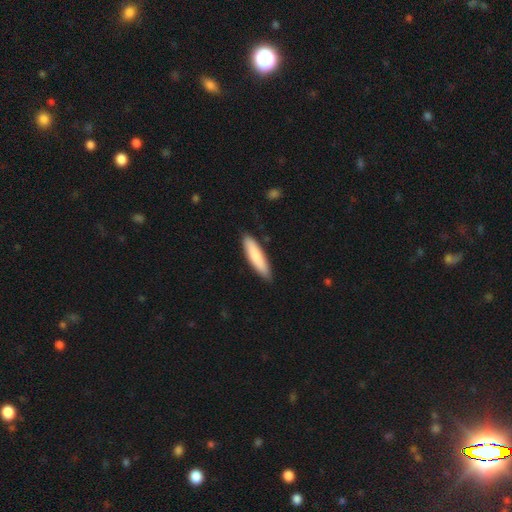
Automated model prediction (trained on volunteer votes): Overall: smooth (82%). How rounded: cigar-shaped (76%). Merging: none (86%).